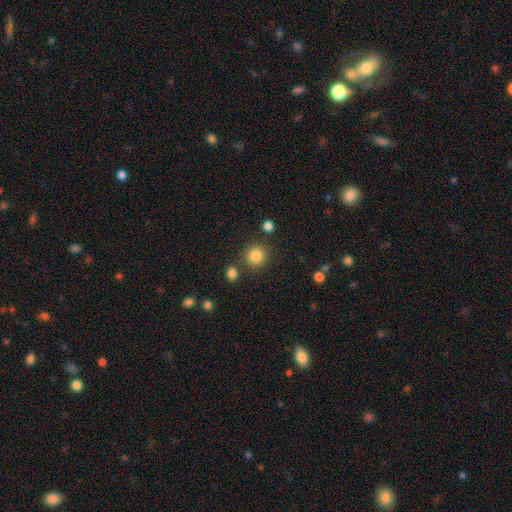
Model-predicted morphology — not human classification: Smooth or featured?
  - smooth: 84% *
  - star or artifact: 11%
  - featured or disk: 5%
How rounded?
  - round: 92% *
  - in between: 7%
  - cigar-shaped: 1%
Merging?
  - none: 83% *
  - minor disturbance: 8%
  - merger: 6%
  - major disturbance: 3%